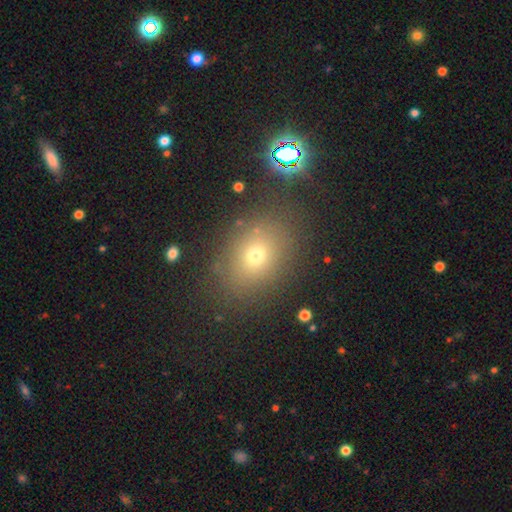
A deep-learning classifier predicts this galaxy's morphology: This is likely a smooth galaxy (66%). How rounded: possibly in between (51%). Merging: clearly none (82%).